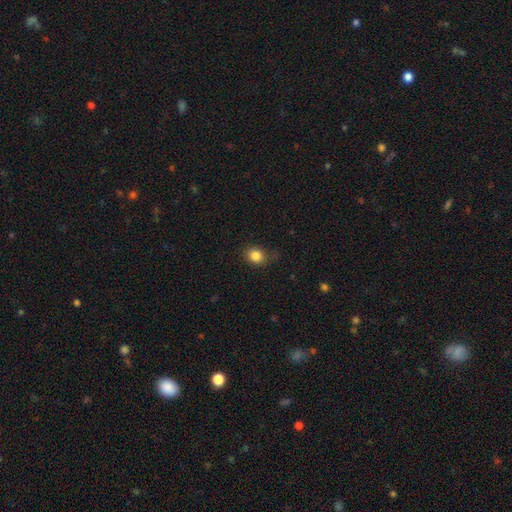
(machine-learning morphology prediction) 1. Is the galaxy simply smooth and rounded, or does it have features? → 85% smooth, 10% star or artifact, 5% featured or disk.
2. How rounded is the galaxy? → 64% round, 35% in between, 1% cigar-shaped.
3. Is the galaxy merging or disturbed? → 77% none, 18% minor disturbance, 4% major disturbance, 1% merger.